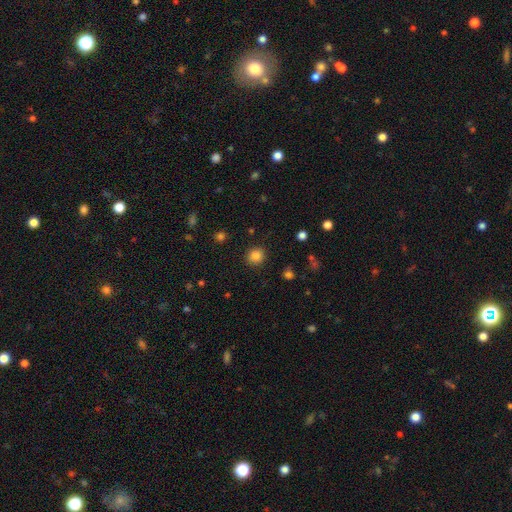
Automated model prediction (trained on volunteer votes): The model was most divided on "smooth or featured": smooth: 85%, star or artifact: 12%, featured or disk: 4%. More confident: merging — none (89%); how rounded — round (88%).